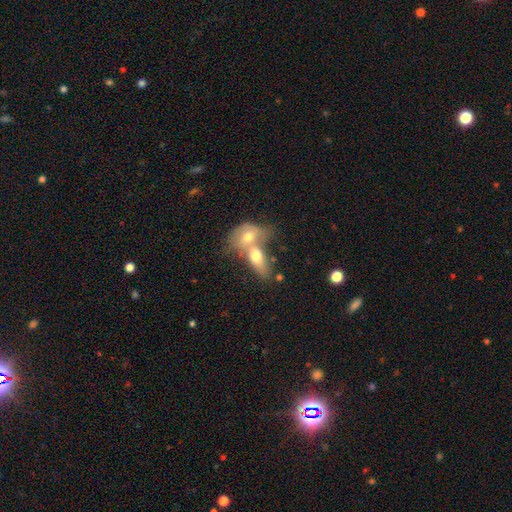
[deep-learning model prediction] A smooth galaxy with no disk features (65%) that is in between round and cigar-shaped (80%).

Vote fractions:
- Smooth or featured? smooth: 65% / featured or disk: 28% / star or artifact: 7%
- How rounded? in between: 80% / cigar-shaped: 10% / round: 10%
- Merging? merger: 74% / none: 16% / minor disturbance: 6% / major disturbance: 4%